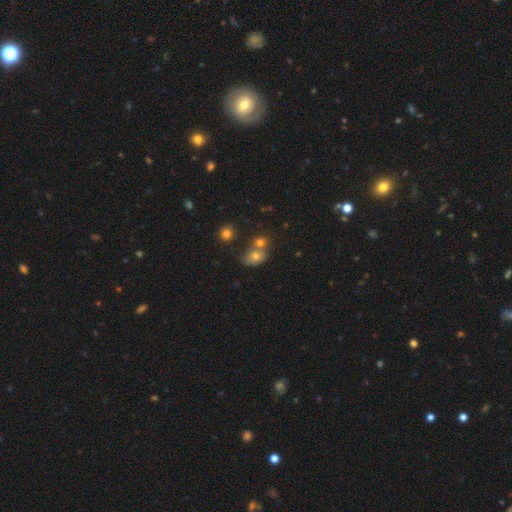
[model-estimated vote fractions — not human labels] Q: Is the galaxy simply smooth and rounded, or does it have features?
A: smooth — 64%.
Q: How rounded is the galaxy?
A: in between — 57%.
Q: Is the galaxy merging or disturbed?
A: none — 44%.